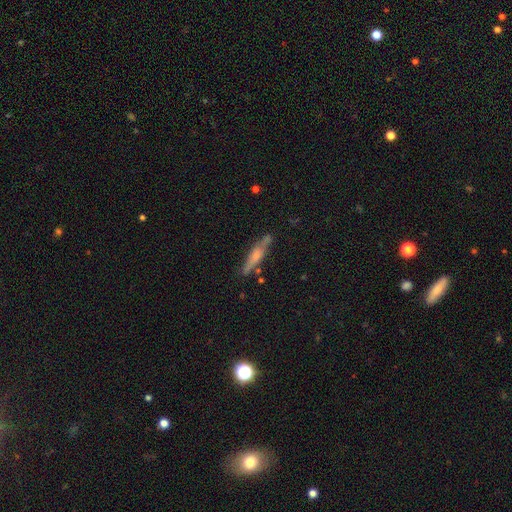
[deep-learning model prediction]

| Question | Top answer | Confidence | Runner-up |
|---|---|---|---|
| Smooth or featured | featured or disk | 52% | smooth (41%) |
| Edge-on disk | yes | 92% | no (8%) |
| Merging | none | 76% | minor disturbance (15%) |